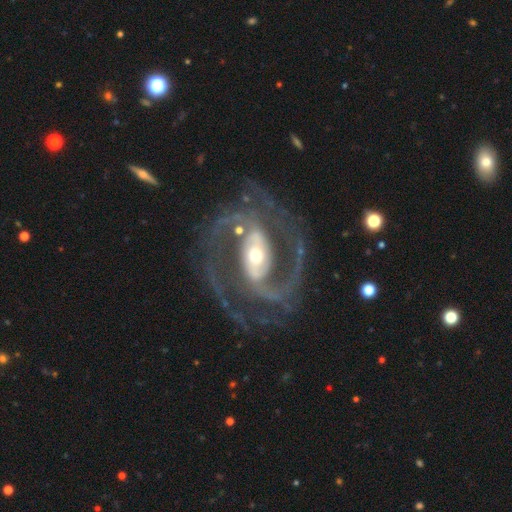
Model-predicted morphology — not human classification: smooth_or_featured: featured or disk (p=0.92) [alt: star or artifact p=0.04]
disk_edge_on: no (p=0.97) [alt: yes p=0.03]
bar: strong (p=0.48) [alt: weak p=0.30]
has_spiral_arms: yes (p=0.98) [alt: no p=0.02]
spiral_winding: medium (p=0.57) [alt: tight p=0.25]
spiral_arm_count: 2 (p=0.79) [alt: 3 p=0.09]
bulge_size: moderate (p=0.54) [alt: small p=0.33]
merging: none (p=0.72) [alt: major disturbance p=0.13]